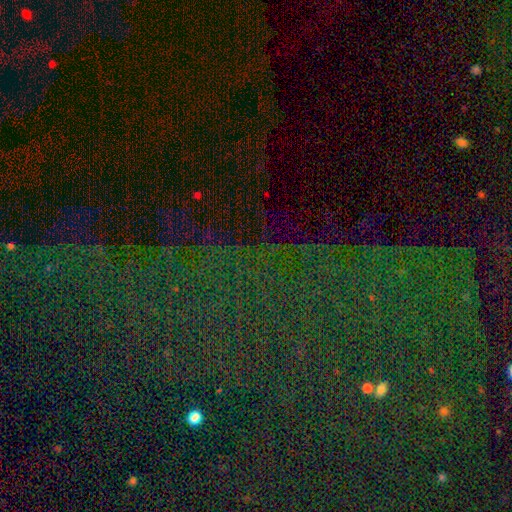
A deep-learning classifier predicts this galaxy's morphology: This is likely a star or artifact rather than a galaxy (79%).